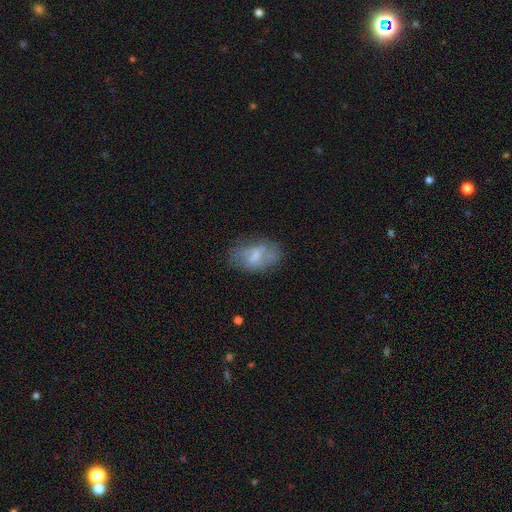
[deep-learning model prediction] Morphology: type=featured or disk (47%); merging=none (59%).